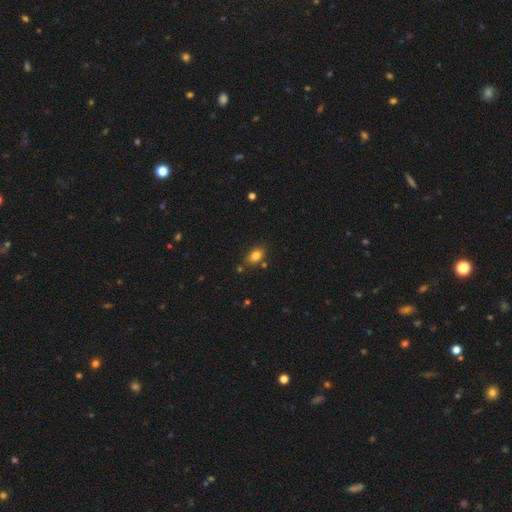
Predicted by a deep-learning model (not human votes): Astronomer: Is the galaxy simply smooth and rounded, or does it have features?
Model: smooth — 82%.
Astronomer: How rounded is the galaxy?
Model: in between — 82%.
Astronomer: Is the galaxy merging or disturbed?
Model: none — 79%.